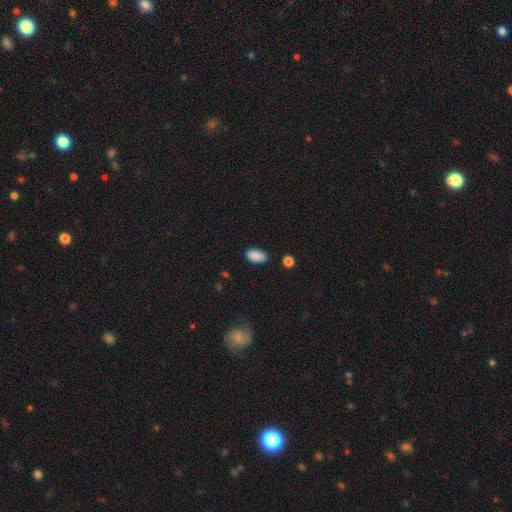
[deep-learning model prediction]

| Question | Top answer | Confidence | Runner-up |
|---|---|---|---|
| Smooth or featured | smooth | 89% | star or artifact (7%) |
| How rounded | in between | 93% | round (5%) |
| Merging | none | 84% | minor disturbance (11%) |